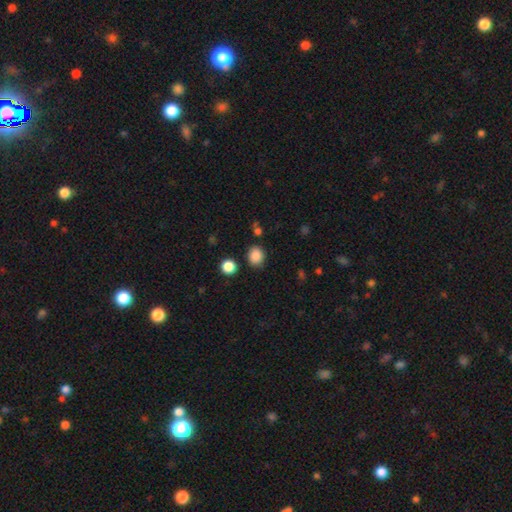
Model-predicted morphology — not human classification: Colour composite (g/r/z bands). It shows a smooth galaxy with no disk features (86%) that is round (70%). Merging: none (83%).